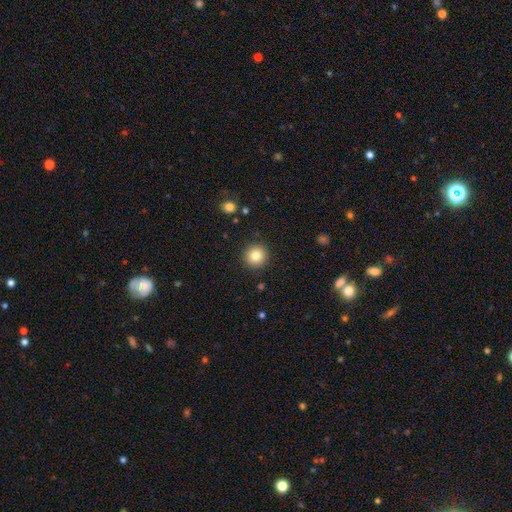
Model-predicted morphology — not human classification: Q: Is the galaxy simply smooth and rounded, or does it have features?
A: smooth — 82%.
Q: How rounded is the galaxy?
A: round — 94%.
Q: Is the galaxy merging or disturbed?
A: none — 91%.